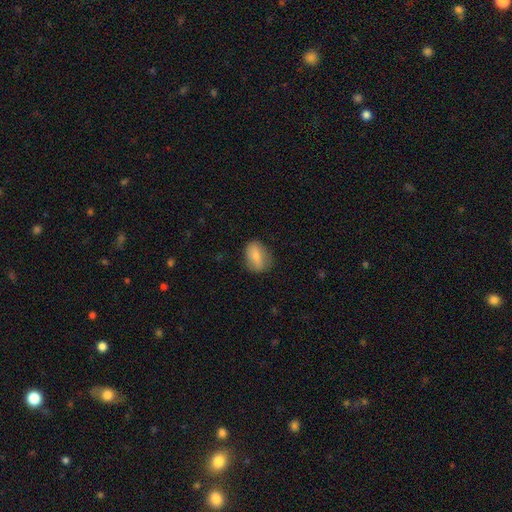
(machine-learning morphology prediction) A smooth galaxy with no disk features (75%) that is in between round and cigar-shaped (77%).

Vote fractions:
- Smooth or featured? smooth: 75% / featured or disk: 17% / star or artifact: 8%
- How rounded? in between: 77% / round: 20% / cigar-shaped: 3%
- Merging? none: 74% / minor disturbance: 19% / major disturbance: 5% / merger: 1%